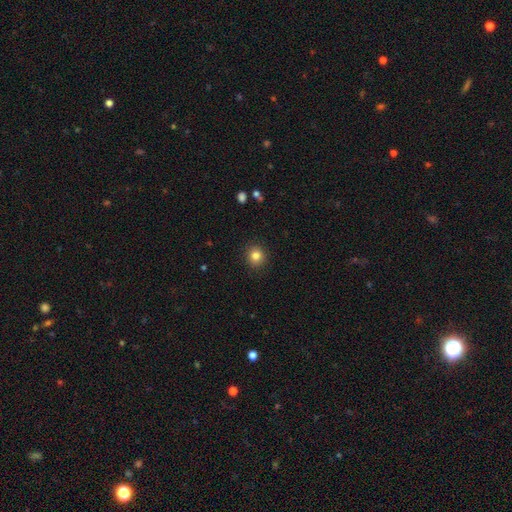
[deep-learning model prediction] This is clearly a smooth galaxy (82%). How rounded: clearly round (87%). Merging: clearly none (91%).